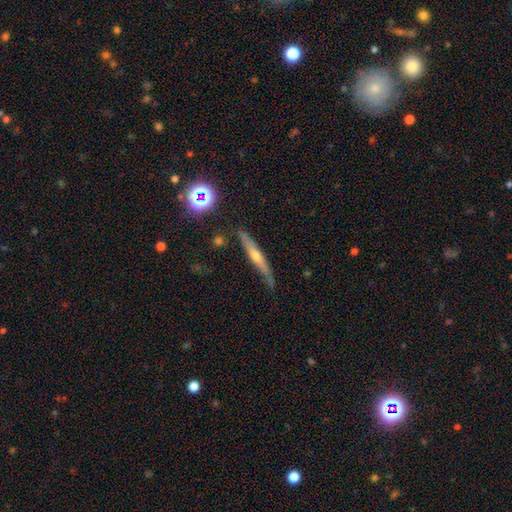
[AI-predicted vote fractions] A featured or disk galaxy (65%) viewed edge-on (95%) with a rounded central bulge (79%).

Vote fractions:
- Smooth or featured? featured or disk: 65% / smooth: 24% / star or artifact: 11%
- Edge-on disk? yes: 95% / no: 5%
- Edge-on bulge? rounded: 79% / none: 16% / boxy: 5%
- Merging? none: 82% / minor disturbance: 14% / major disturbance: 3% / merger: 2%